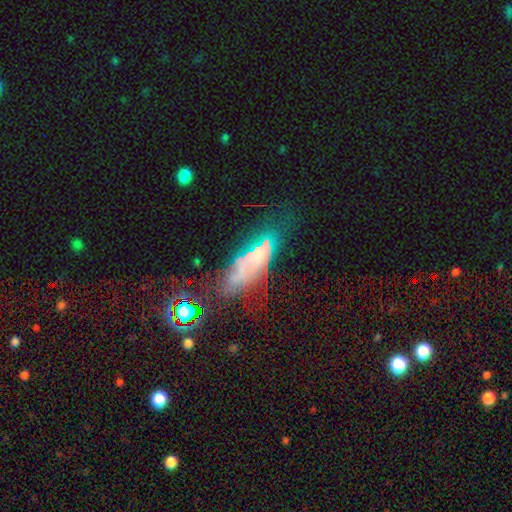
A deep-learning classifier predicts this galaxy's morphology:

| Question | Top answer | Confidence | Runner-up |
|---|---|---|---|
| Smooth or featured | featured or disk | 42% | smooth (35%) |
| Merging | none | 46% | minor disturbance (25%) |